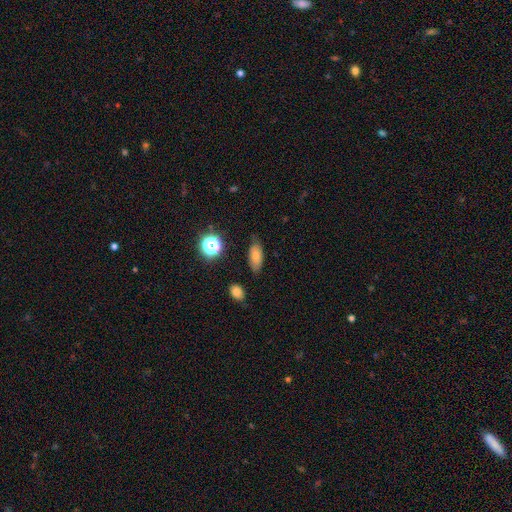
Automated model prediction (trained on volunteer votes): Smooth or featured? Predicted: smooth (p=0.72). How rounded? Predicted: in between (p=0.83). Merging? Predicted: none (p=0.79).